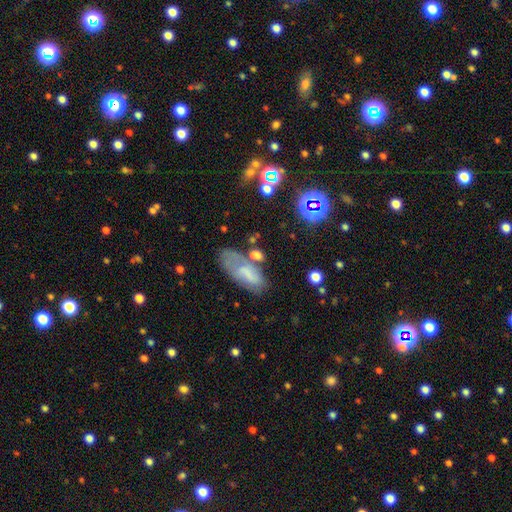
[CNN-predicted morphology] type=smooth (63%); roundness=in between (79%); merging=none (43%).